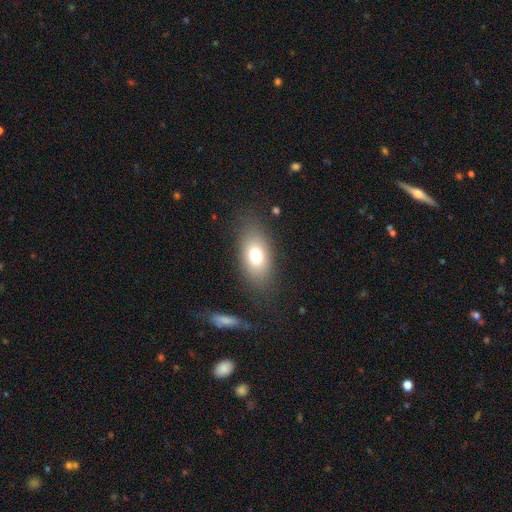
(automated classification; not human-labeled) This is likely a smooth galaxy (73%). How rounded: clearly in between (85%). Merging: clearly none (80%).